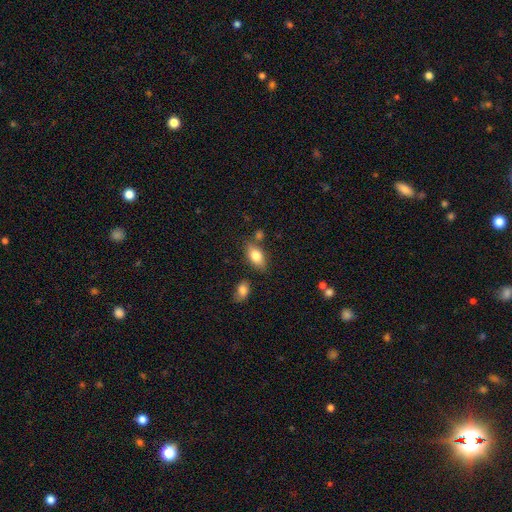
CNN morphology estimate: Smooth or featured?
  - smooth: 80% *
  - featured or disk: 13%
  - star or artifact: 7%
How rounded?
  - in between: 89% *
  - round: 6%
  - cigar-shaped: 5%
Merging?
  - none: 74% *
  - minor disturbance: 15%
  - merger: 7%
  - major disturbance: 3%